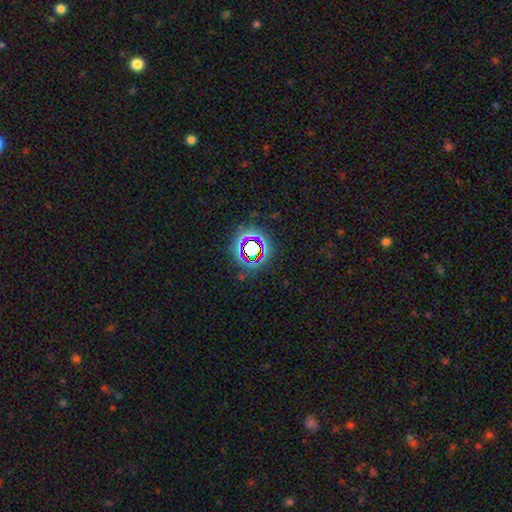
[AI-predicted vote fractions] Smooth or featured: star or artifact — 67% (smooth — 21%)